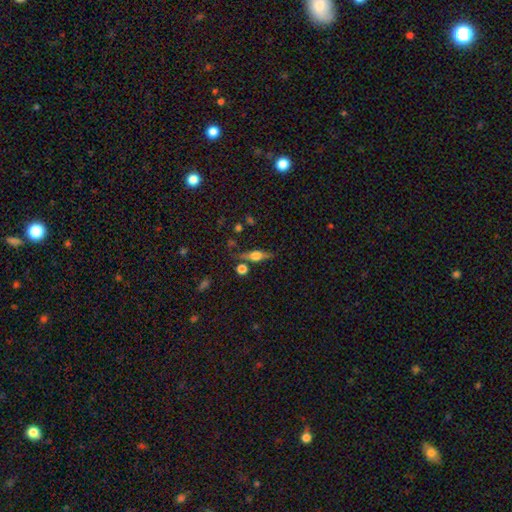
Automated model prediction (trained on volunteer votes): The model was most divided on "smooth or featured": featured or disk: 50%, smooth: 41%, star or artifact: 10%. More confident: merging — none (70%).